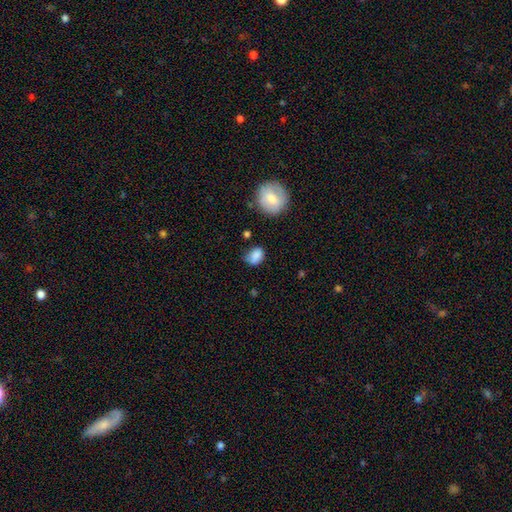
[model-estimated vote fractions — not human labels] This appears to be a smooth galaxy with no disk features (81%) that is in between round and cigar-shaped (66%). Merging: none (50%).